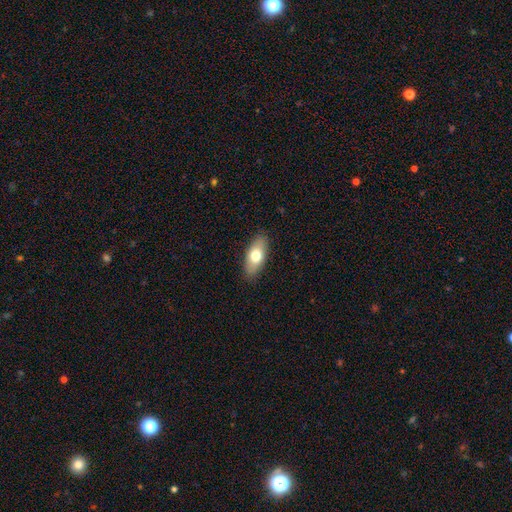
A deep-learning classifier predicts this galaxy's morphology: smooth 71%, featured or disk 23%, star or artifact 6%. Down the decision tree: how rounded — in between (84%); merging — none (88%).